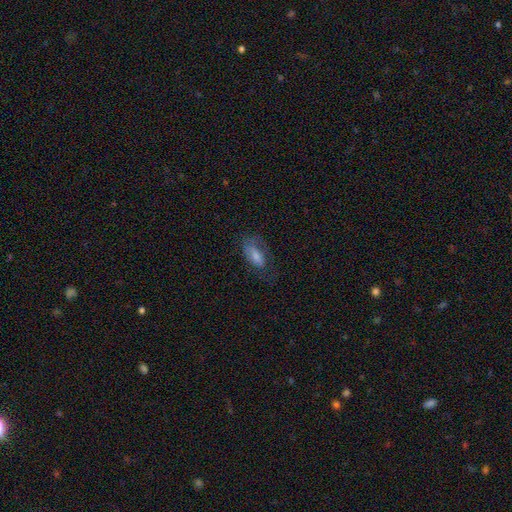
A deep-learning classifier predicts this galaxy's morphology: Overall: smooth (52%; featured or disk 37%). How rounded: in between (82%). Merging: none (59%; minor disturbance 23%).